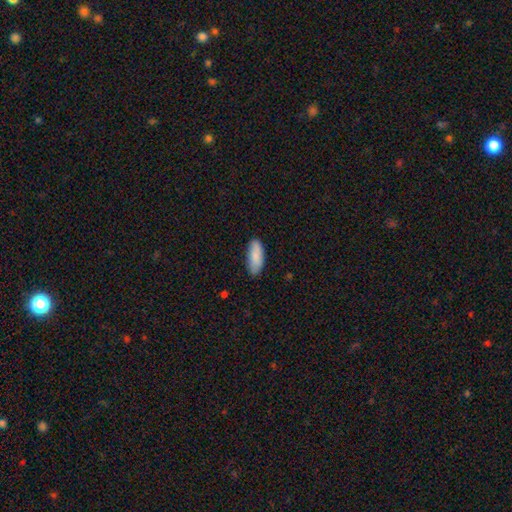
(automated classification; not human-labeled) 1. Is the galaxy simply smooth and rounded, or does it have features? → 87% smooth, 8% featured or disk, 6% star or artifact.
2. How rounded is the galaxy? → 80% in between, 19% cigar-shaped, 2% round.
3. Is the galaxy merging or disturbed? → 81% none, 15% minor disturbance, 2% major disturbance, 1% merger.